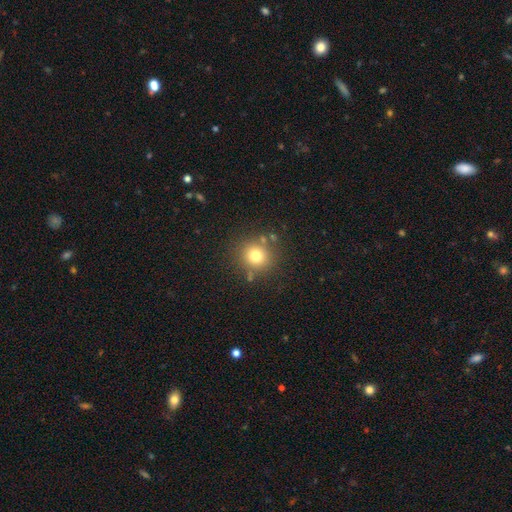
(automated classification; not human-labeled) Smooth or featured? Predicted: smooth (p=0.75). How rounded? Predicted: round (p=0.91). Merging? Predicted: none (p=0.81).